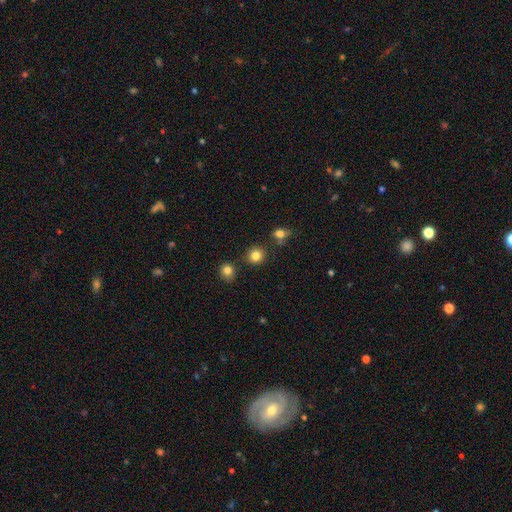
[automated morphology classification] A smooth galaxy with no disk features (83%) that is round (88%). Merging: none (85%).